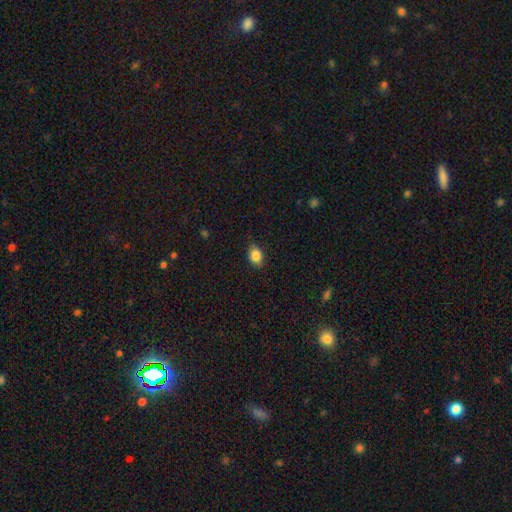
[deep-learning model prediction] A smooth galaxy with no disk features (84%) that is in between round and cigar-shaped (75%). Merging: none (81%).